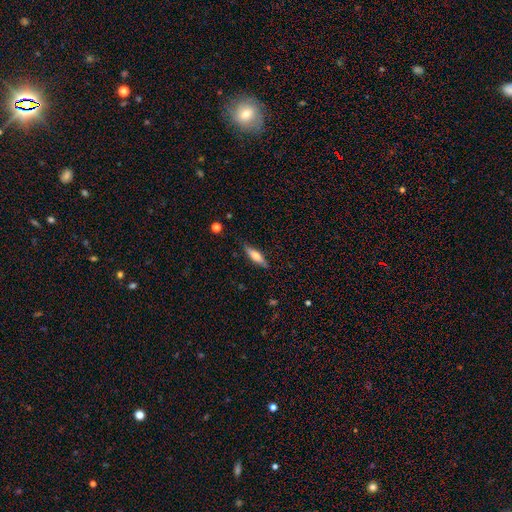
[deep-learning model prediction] Smooth or featured? Predicted: smooth (p=0.62). How rounded? Predicted: cigar-shaped (p=0.60). Merging? Predicted: none (p=0.82).